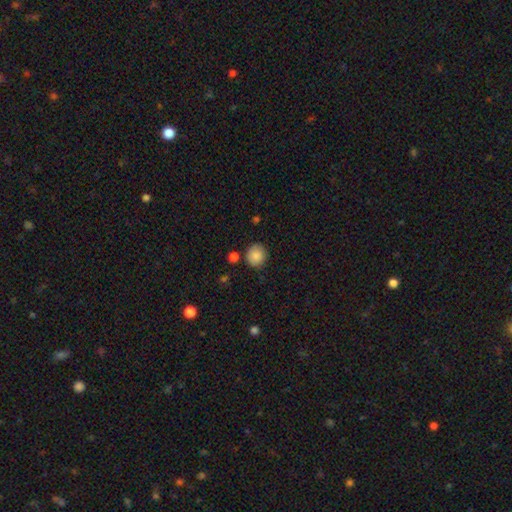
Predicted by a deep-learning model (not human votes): Smooth or featured? Predicted: smooth (p=0.87). How rounded? Predicted: round (p=0.85). Merging? Predicted: none (p=0.84).